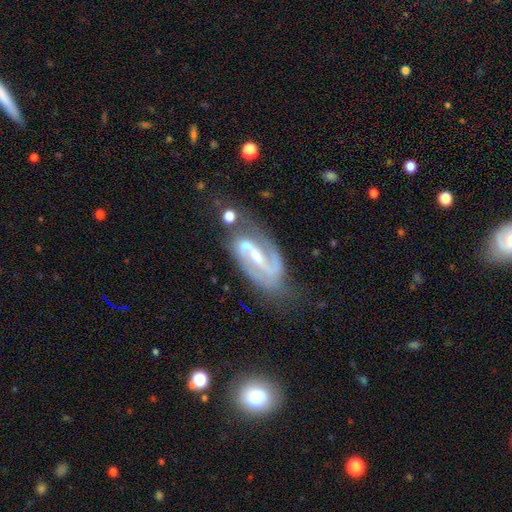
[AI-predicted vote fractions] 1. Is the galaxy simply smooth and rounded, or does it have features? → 89% featured or disk, 5% star or artifact, 5% smooth.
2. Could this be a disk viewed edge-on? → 96% no, 4% yes.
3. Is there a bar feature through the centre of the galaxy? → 46% strong, 37% weak, 17% no.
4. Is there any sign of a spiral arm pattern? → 96% yes, 4% no.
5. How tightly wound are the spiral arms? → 53% medium, 24% tight, 24% loose.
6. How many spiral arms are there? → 88% 2, 4% can't tell, 4% 1, 2% 3, 1% 4, 1% more than 4.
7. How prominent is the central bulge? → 53% small, 41% moderate, 3% none, 2% large, 1% dominant.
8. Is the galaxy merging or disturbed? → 58% none, 21% minor disturbance, 11% major disturbance, 10% merger.